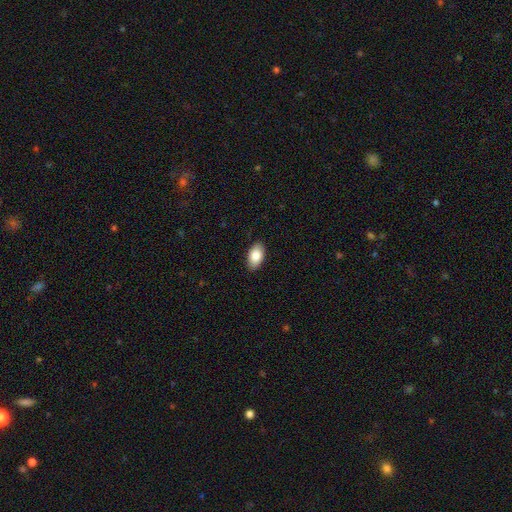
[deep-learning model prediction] A smooth galaxy with no disk features (86%) that is in between round and cigar-shaped (94%).

Vote fractions:
- Smooth or featured? smooth: 86% / featured or disk: 7% / star or artifact: 6%
- How rounded? in between: 94% / round: 4% / cigar-shaped: 2%
- Merging? none: 88% / minor disturbance: 9% / major disturbance: 2% / merger: 1%